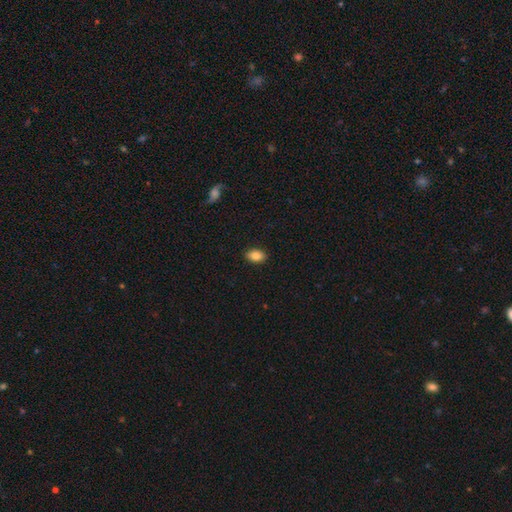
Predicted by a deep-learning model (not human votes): smooth-or-featured: smooth: 86% | star or artifact: 8% | featured or disk: 6%
  how-rounded: in between: 89% | round: 9% | cigar-shaped: 2%
  merging: none: 89% | minor disturbance: 8% | major disturbance: 2% | merger: 1%